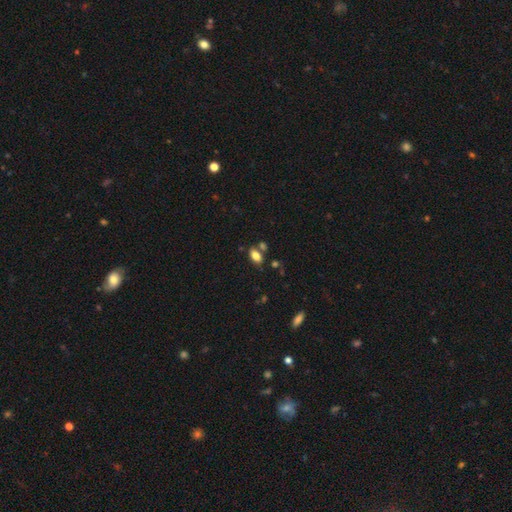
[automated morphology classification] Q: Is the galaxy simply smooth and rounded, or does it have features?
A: smooth — 80%.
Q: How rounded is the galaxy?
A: in between — 89%.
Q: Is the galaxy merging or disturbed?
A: none — 68%.